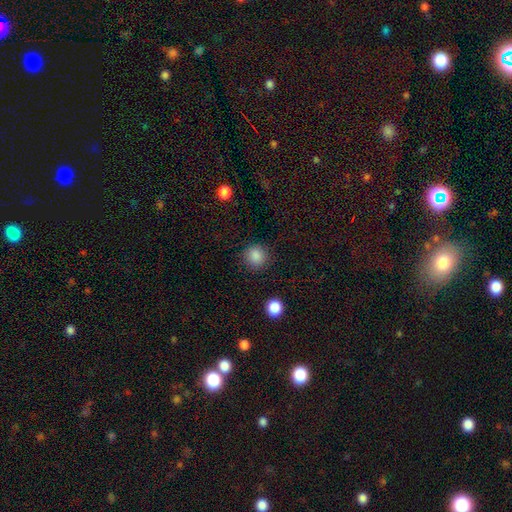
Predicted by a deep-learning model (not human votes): Smooth or featured? Predicted: smooth (p=0.87). How rounded? Predicted: round (p=0.92). Merging? Predicted: none (p=0.89).